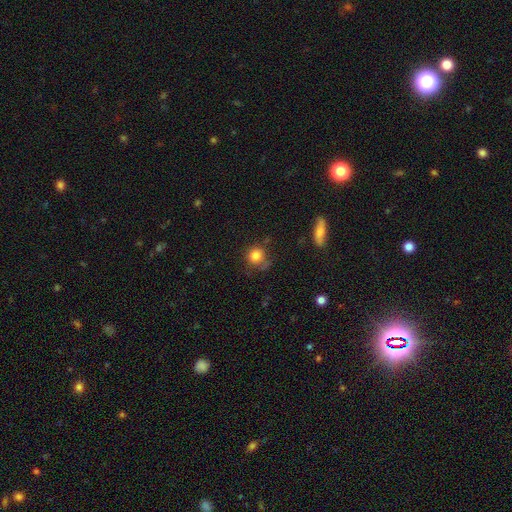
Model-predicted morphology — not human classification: smooth 82%, star or artifact 10%, featured or disk 7%. Down the decision tree: how rounded — round (88%); merging — none (65%).